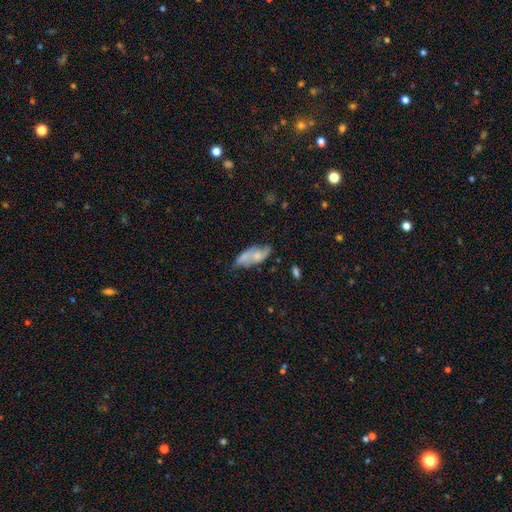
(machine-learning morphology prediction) Overall: smooth (52%; featured or disk 40%). How rounded: in between (82%). Merging: none (44%; minor disturbance 31%).